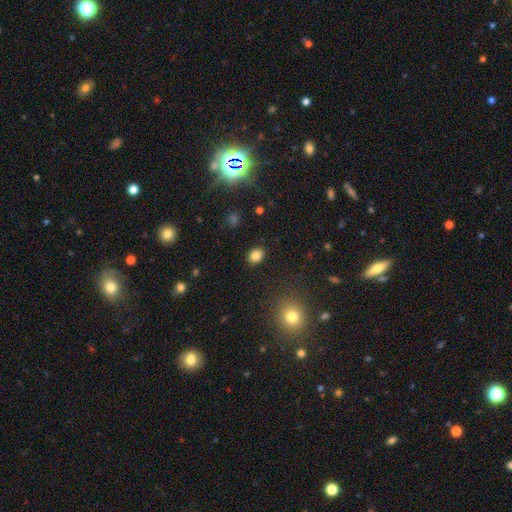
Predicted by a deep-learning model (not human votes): Overall: smooth (84%). How rounded: in between (53%; round 46%). Merging: none (88%).